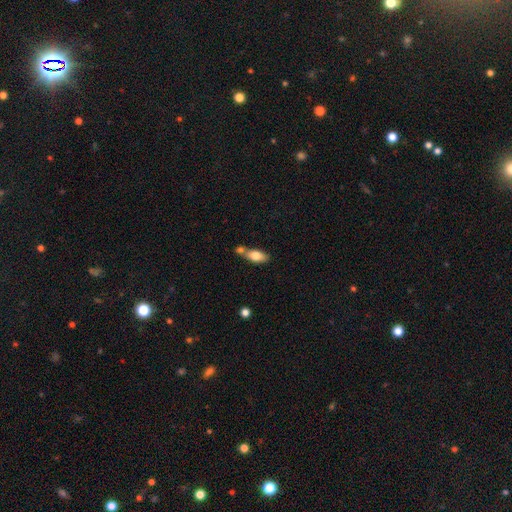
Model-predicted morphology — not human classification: Overall: smooth (76%). How rounded: in between (84%). Merging: none (48%; merger 35%).